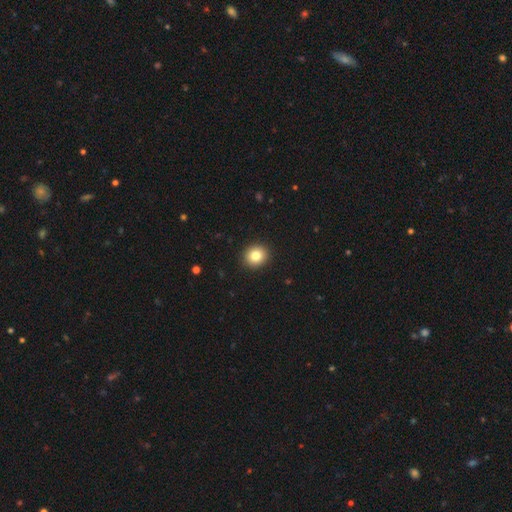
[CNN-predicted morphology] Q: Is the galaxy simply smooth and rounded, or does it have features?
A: smooth — 83%.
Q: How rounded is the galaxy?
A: round — 83%.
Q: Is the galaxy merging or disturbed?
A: none — 93%.